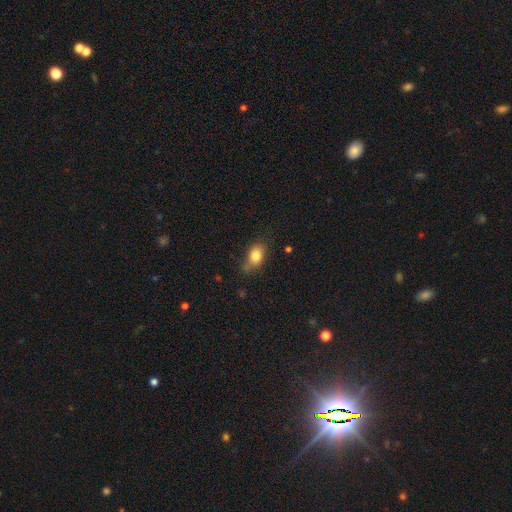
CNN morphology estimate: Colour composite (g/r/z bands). It shows a smooth galaxy with no disk features (82%) that is in between round and cigar-shaped (75%). Merging: none (61%).